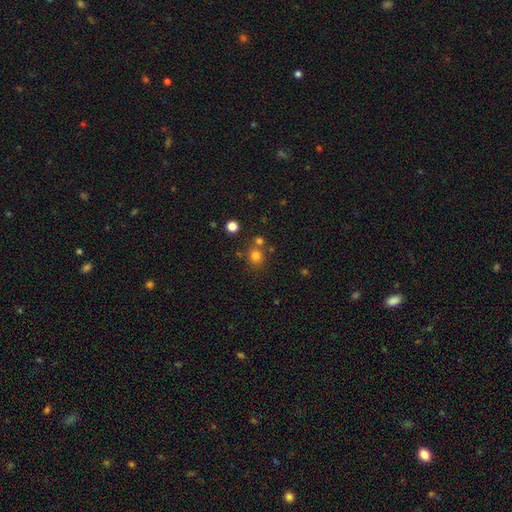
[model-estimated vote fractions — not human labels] A smooth galaxy with no disk features (77%) that is round (85%).

Vote fractions:
- Smooth or featured? smooth: 77% / star or artifact: 16% / featured or disk: 7%
- How rounded? round: 85% / in between: 14% / cigar-shaped: 1%
- Merging? none: 69% / merger: 19% / minor disturbance: 9% / major disturbance: 3%